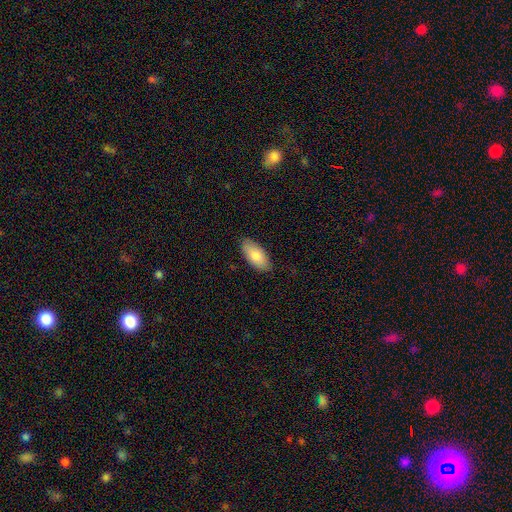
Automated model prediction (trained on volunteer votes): Overall: smooth (82%). How rounded: in between (92%). Merging: none (84%).